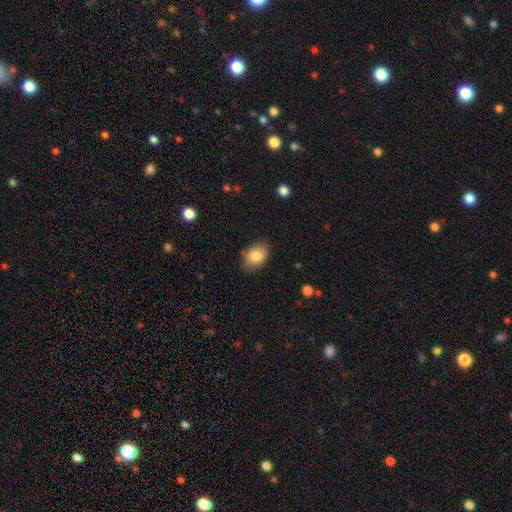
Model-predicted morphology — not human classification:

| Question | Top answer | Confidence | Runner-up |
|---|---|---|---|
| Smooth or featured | smooth | 85% | star or artifact (7%) |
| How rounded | in between | 78% | round (21%) |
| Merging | none | 79% | minor disturbance (16%) |